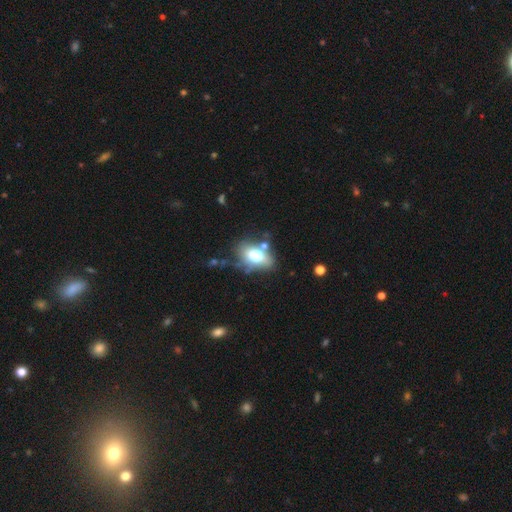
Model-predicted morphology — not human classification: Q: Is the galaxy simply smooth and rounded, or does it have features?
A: smooth — 69%.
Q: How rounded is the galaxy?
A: in between — 84%.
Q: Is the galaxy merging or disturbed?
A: none — 60%.